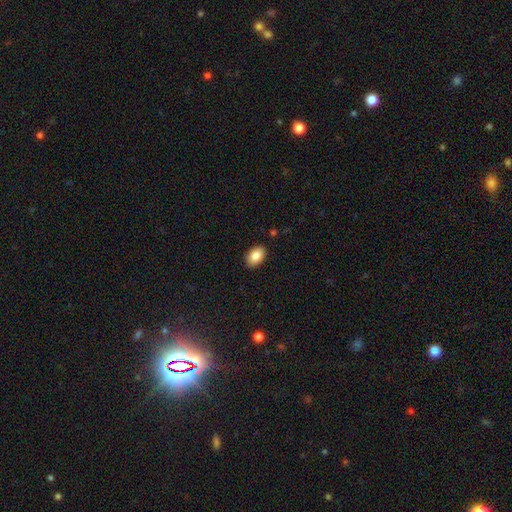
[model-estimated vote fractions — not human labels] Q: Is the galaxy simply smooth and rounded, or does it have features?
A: smooth — 86%.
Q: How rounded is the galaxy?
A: in between — 87%.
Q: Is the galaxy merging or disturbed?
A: none — 88%.